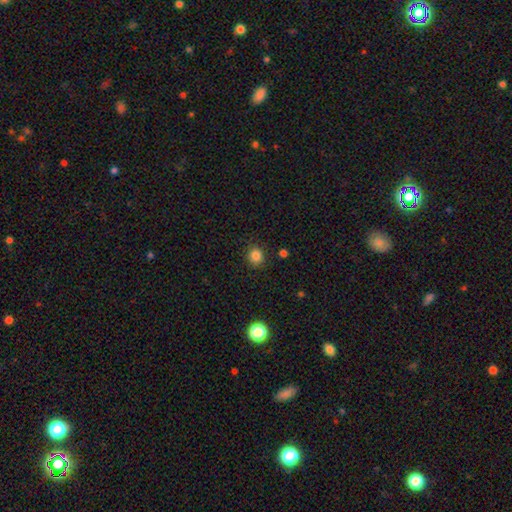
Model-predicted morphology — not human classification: smooth-or-featured: smooth: 84% | star or artifact: 12% | featured or disk: 4%
  how-rounded: round: 86% | in between: 14% | cigar-shaped: 1%
  merging: none: 89% | minor disturbance: 7% | major disturbance: 2% | merger: 2%